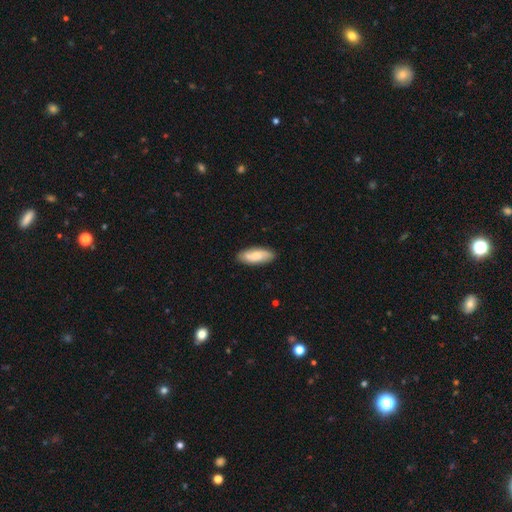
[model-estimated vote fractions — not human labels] Smooth or featured: smooth — 67% (featured or disk — 27%)
How rounded: in between — 72% (cigar-shaped — 26%)
Merging: none — 84% (minor disturbance — 12%)